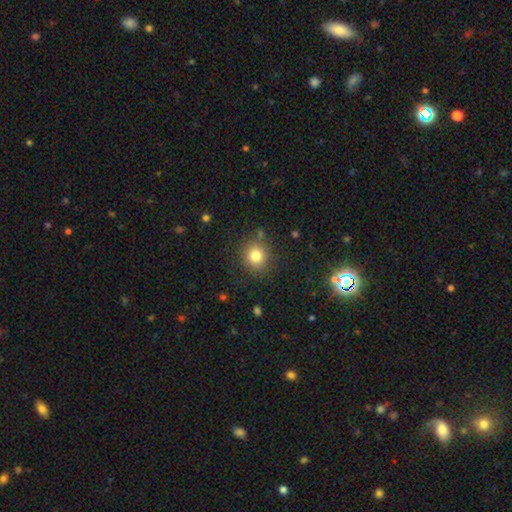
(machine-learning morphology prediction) This appears to be a smooth galaxy with no disk features (80%) that is round (89%). Merging: none (85%).